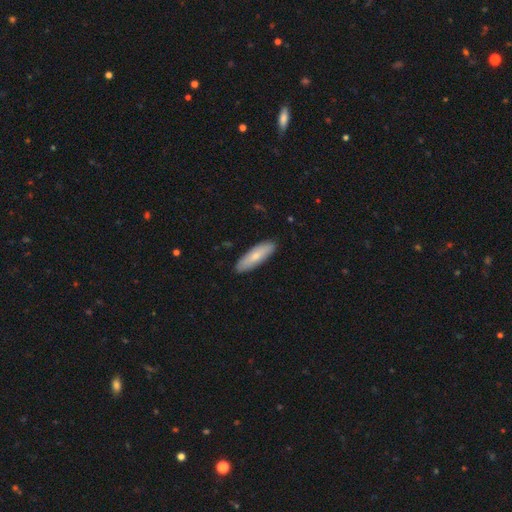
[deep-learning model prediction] Smooth or featured?
  - smooth: 72% *
  - featured or disk: 23%
  - star or artifact: 5%
How rounded?
  - cigar-shaped: 52% *
  - in between: 46%
  - round: 2%
Merging?
  - none: 89% *
  - minor disturbance: 8%
  - major disturbance: 2%
  - merger: 1%